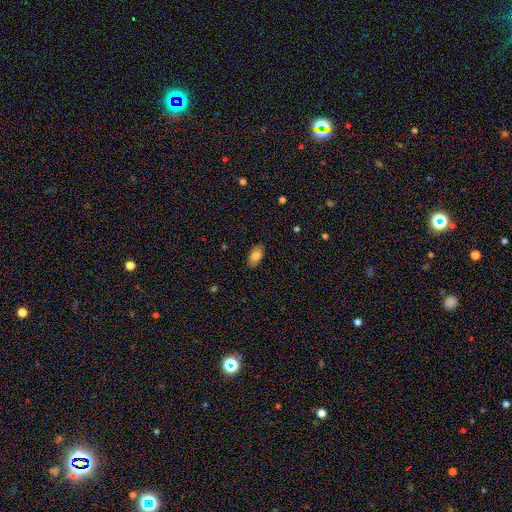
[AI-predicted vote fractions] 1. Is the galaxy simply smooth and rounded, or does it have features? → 83% smooth, 10% featured or disk, 7% star or artifact.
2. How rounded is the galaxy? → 92% in between, 4% cigar-shaped, 4% round.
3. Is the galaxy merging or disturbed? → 86% none, 10% minor disturbance, 2% major disturbance, 1% merger.